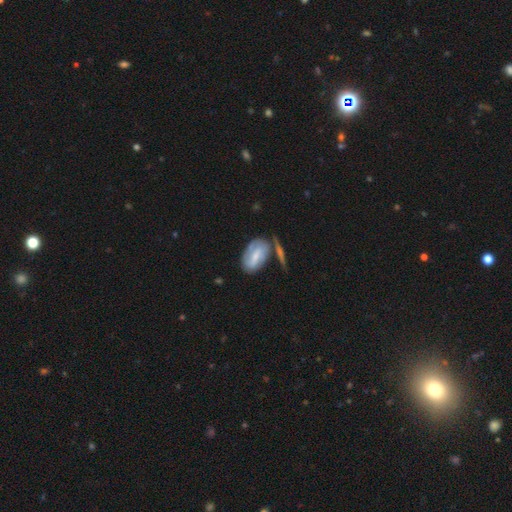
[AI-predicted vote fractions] Smooth or featured: featured or disk — 55% (smooth — 39%)
Edge-on disk: no — 92% (yes — 8%)
Bar: weak — 47% (strong — 29%)
Spiral arms: yes — 79% (no — 21%)
Bulge size: small — 50% (moderate — 32%)
Merging: none — 52% (minor disturbance — 21%)